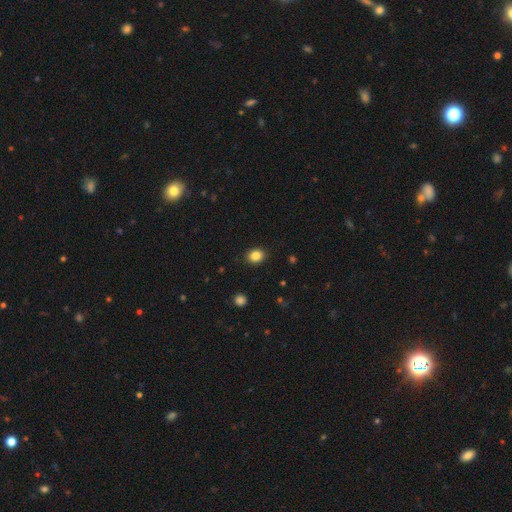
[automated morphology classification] Q: Smooth or featured?
A: smooth (85%); runner-up: star or artifact (10%)
Q: How rounded?
A: in between (50%); runner-up: round (49%)
Q: Merging?
A: none (89%); runner-up: minor disturbance (7%)